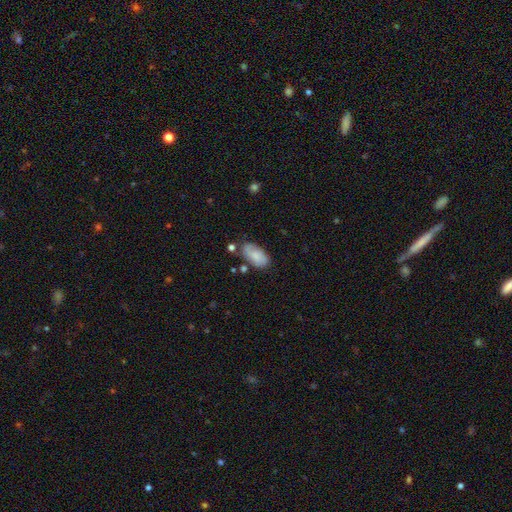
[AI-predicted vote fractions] The model was most divided on "smooth or featured": smooth: 61%, featured or disk: 31%, star or artifact: 8%. More confident: how rounded — in between (92%); merging — none (65%).